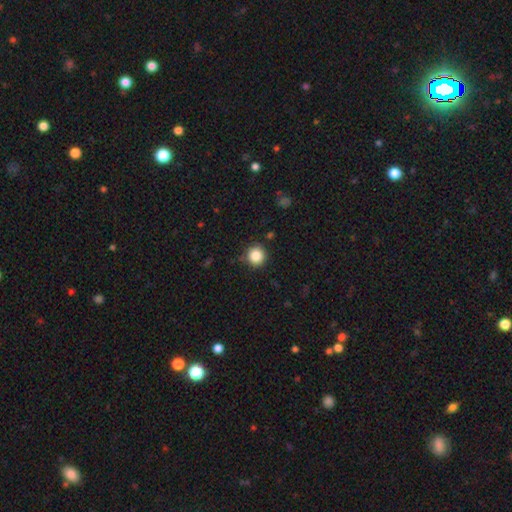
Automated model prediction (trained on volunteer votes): A smooth galaxy with no disk features (85%) that is round (93%). Merging: none (88%).